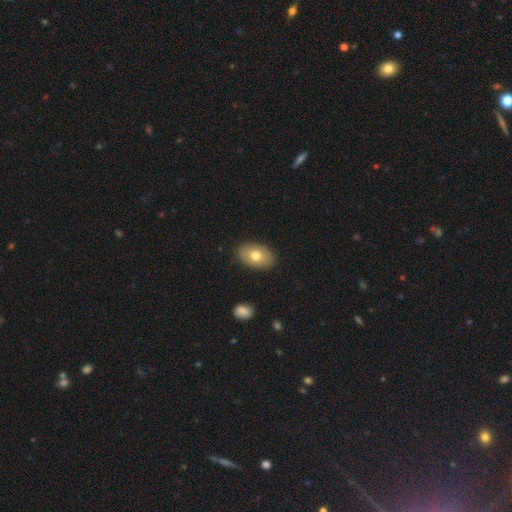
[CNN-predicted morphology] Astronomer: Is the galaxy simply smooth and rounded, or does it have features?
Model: smooth — 75%.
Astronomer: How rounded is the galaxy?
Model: in between — 89%.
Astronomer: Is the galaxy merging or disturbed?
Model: none — 87%.